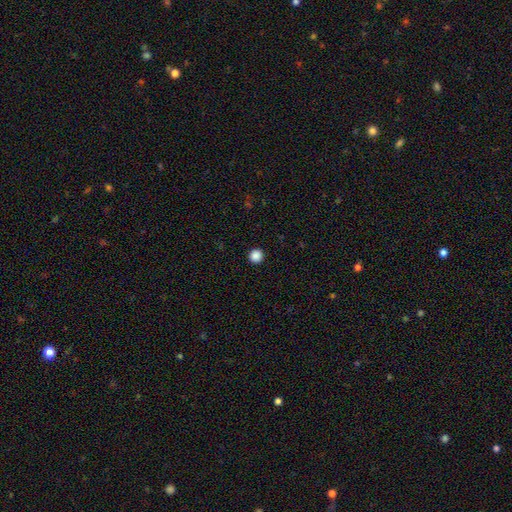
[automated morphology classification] This is clearly a smooth galaxy (87%). How rounded: clearly round (94%). Merging: clearly none (94%).